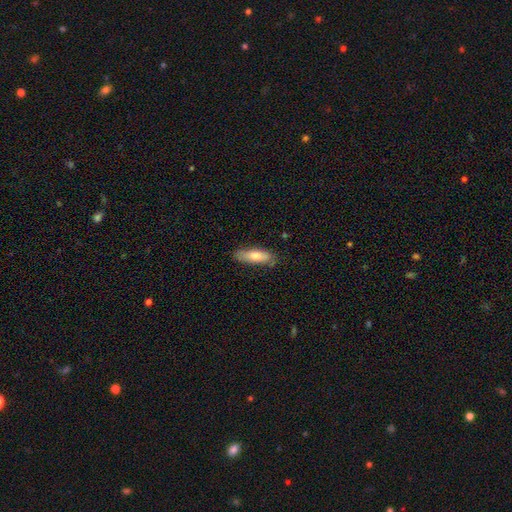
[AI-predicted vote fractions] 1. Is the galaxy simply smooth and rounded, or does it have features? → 74% smooth, 19% featured or disk, 6% star or artifact.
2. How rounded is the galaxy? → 52% cigar-shaped, 46% in between, 2% round.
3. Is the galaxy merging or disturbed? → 77% none, 18% minor disturbance, 3% major disturbance, 1% merger.